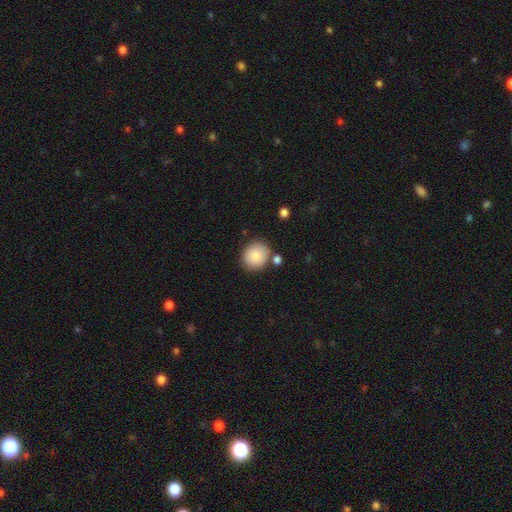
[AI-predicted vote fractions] A smooth galaxy with no disk features (83%) that is round (83%). Merging: none (79%).